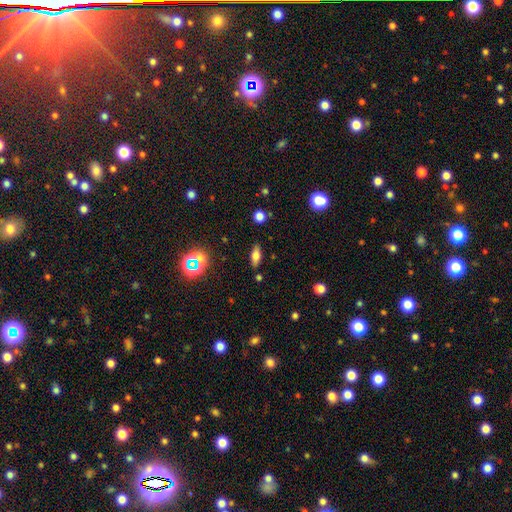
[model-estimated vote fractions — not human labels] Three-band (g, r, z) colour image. It shows a smooth galaxy with no disk features (66%) that is in between round and cigar-shaped (74%). Merging: none (84%).